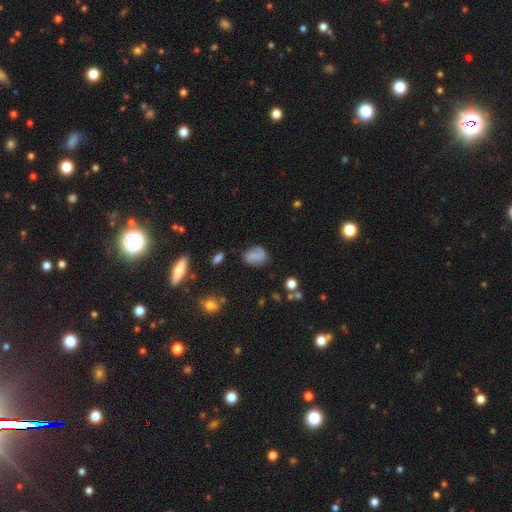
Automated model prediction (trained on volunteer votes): This is possibly a smooth galaxy (57%). How rounded: likely in between (70%). Merging: likely none (71%).